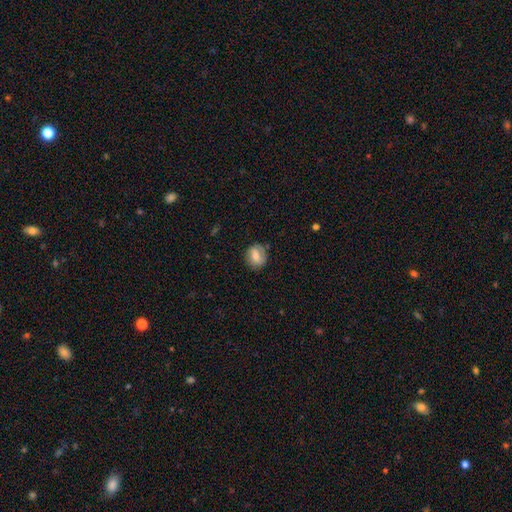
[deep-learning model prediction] smooth_or_featured: smooth (p=0.60) [alt: featured or disk p=0.31]
how_rounded: round (p=0.72) [alt: in between p=0.27]
merging: none (p=0.77) [alt: minor disturbance p=0.17]